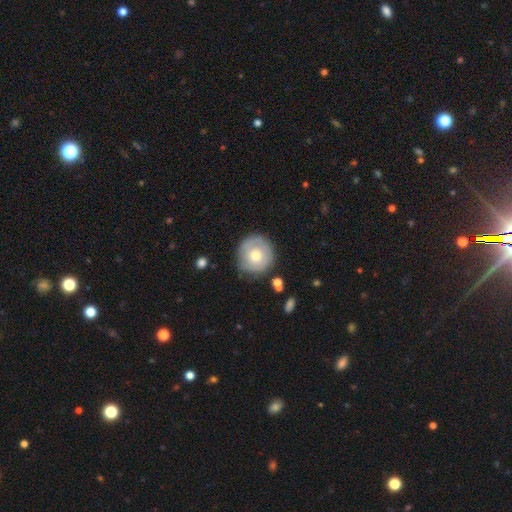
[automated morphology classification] smooth-or-featured: smooth: 57% | featured or disk: 36% | star or artifact: 7%
  how-rounded: round: 94% | in between: 6% | cigar-shaped: 1%
  merging: none: 78% | minor disturbance: 15% | major disturbance: 4% | merger: 3%